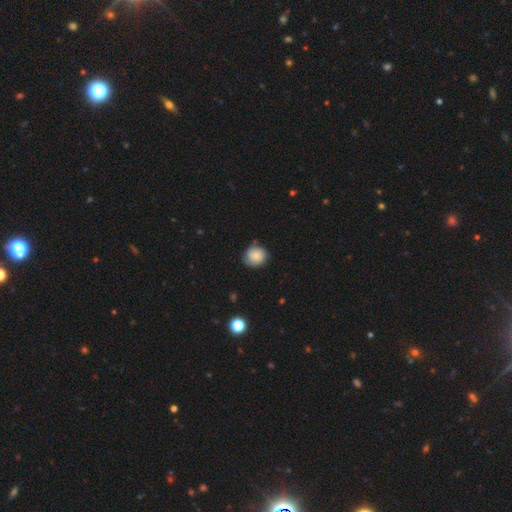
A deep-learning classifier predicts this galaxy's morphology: Overall: smooth (76%). How rounded: round (82%). Merging: none (70%).